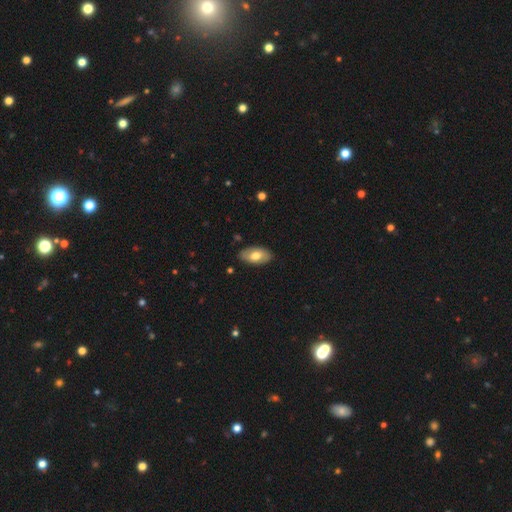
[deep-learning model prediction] smooth-or-featured: smooth: 68% | featured or disk: 26% | star or artifact: 6%
  how-rounded: in between: 94% | round: 4% | cigar-shaped: 2%
  merging: none: 85% | minor disturbance: 12% | major disturbance: 2% | merger: 1%